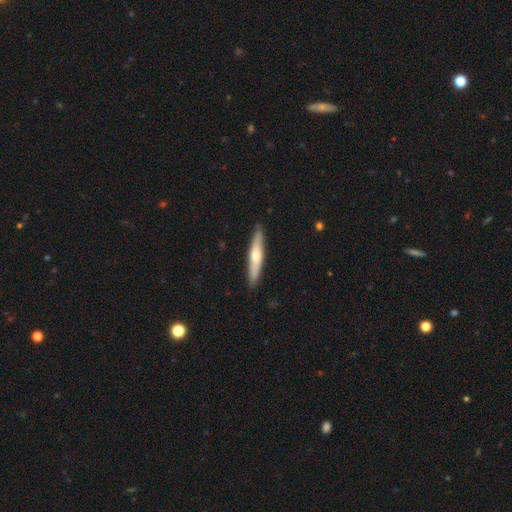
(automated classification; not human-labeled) Smooth or featured: smooth — 48% (featured or disk — 47%)
Merging: none — 89% (minor disturbance — 9%)